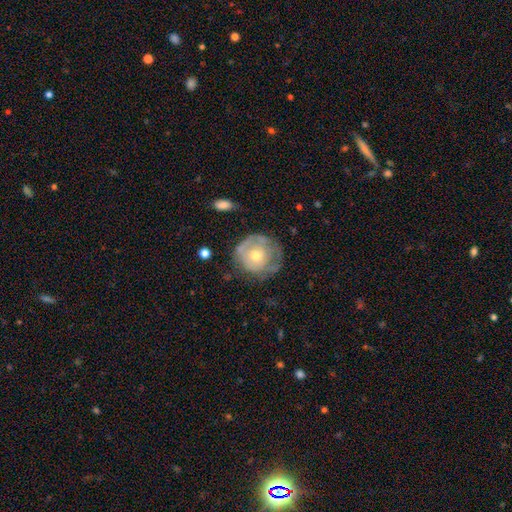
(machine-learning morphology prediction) The model was most divided on "smooth or featured": featured or disk: 48%, smooth: 44%, star or artifact: 7%. More confident: merging — none (55%).